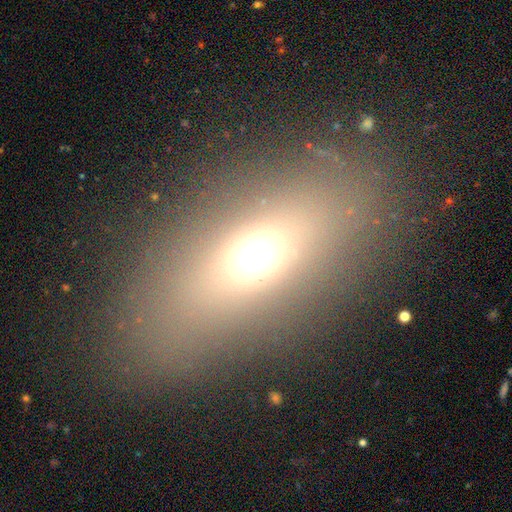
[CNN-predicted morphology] This is possibly a smooth galaxy (58%). How rounded: likely in between (76%). Merging: clearly none (83%).